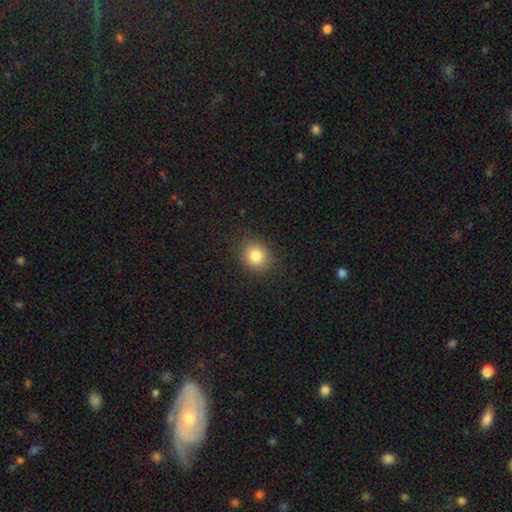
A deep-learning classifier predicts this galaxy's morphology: A smooth galaxy with no disk features (83%) that is round (76%). Merging: none (88%).